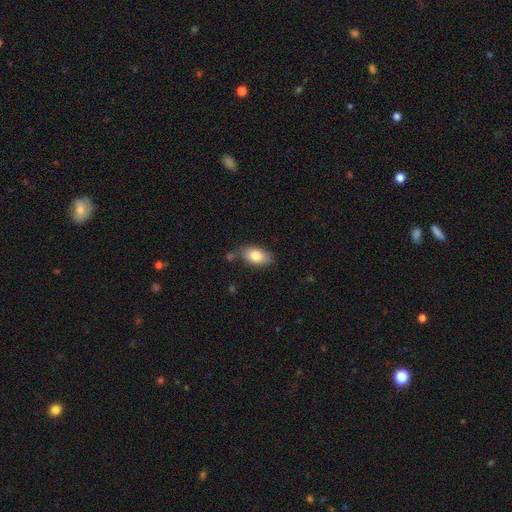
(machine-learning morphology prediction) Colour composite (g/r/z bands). It shows a smooth galaxy with no disk features (81%) that is in between round and cigar-shaped (91%). Merging: none (74%).